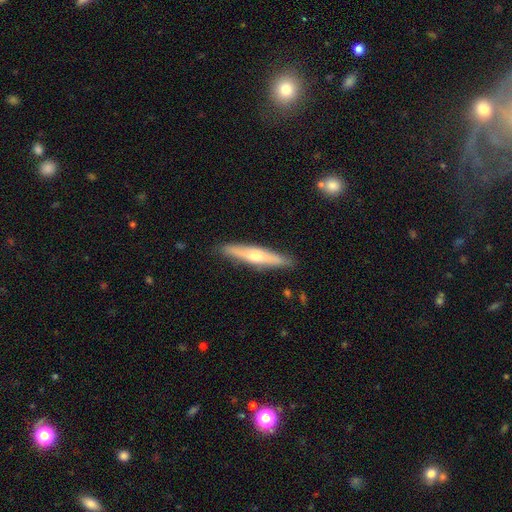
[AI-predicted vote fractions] Overall: featured or disk (50%; smooth 45%). Merging: none (88%).